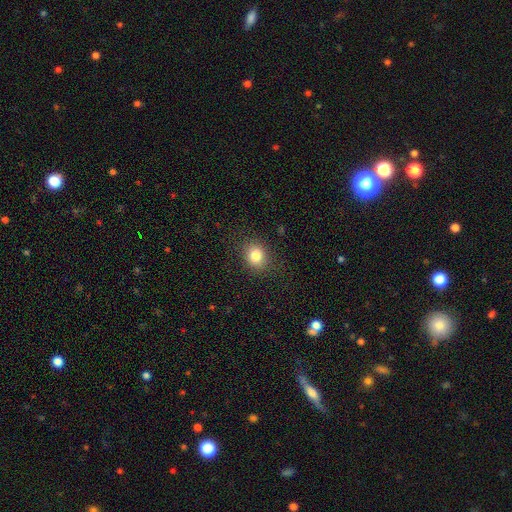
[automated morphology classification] Q: Smooth or featured?
A: smooth (82%); runner-up: star or artifact (11%)
Q: How rounded?
A: round (64%); runner-up: in between (35%)
Q: Merging?
A: none (87%); runner-up: minor disturbance (9%)